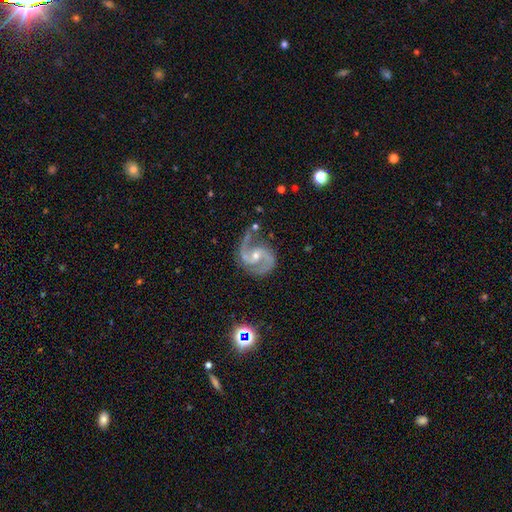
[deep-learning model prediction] Smooth or featured: featured or disk — 92% (star or artifact — 5%)
Edge-on disk: no — 98% (yes — 2%)
Bar: no — 43% (weak — 41%)
Spiral arms: yes — 99% (no — 1%)
Spiral winding: medium — 65% (loose — 18%)
Spiral arm count: 2 — 93% (3 — 2%)
Bulge size: small — 55% (moderate — 41%)
Merging: none — 71% (minor disturbance — 19%)